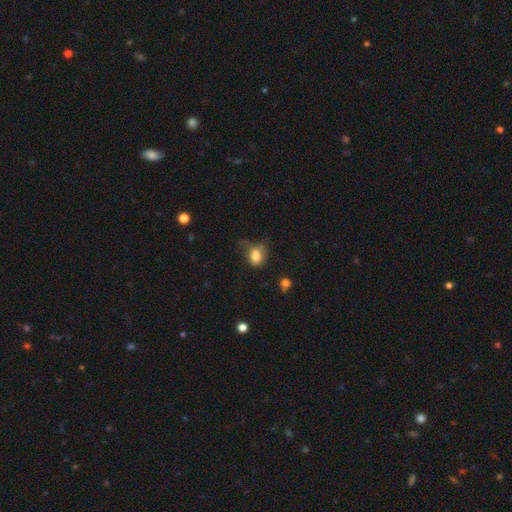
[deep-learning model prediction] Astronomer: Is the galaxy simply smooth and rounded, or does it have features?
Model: smooth — 77%.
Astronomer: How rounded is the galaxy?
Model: in between — 66%.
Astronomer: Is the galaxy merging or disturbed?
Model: none — 32% (runner-up: major disturbance, 30%).